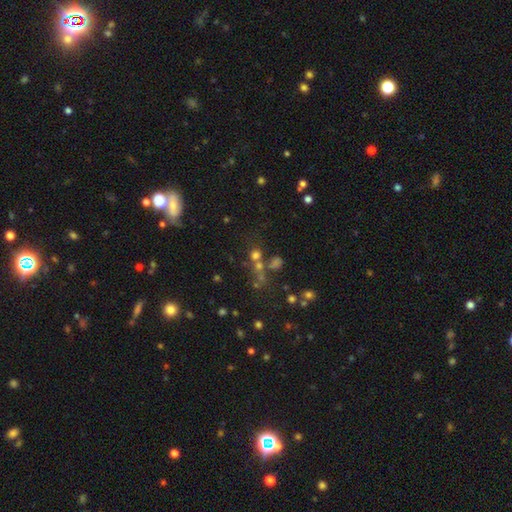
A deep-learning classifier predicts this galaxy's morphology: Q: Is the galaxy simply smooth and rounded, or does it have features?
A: smooth — 55%.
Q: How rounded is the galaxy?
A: round — 87%.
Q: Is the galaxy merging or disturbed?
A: none — 52%.